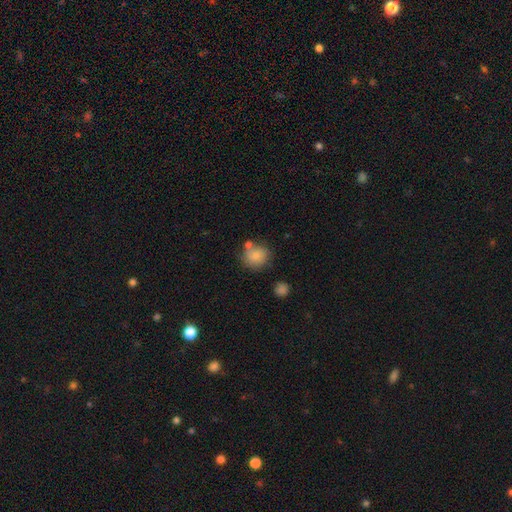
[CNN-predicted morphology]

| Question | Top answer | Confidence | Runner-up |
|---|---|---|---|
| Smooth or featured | smooth | 81% | featured or disk (10%) |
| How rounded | round | 83% | in between (16%) |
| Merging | none | 62% | minor disturbance (16%) |